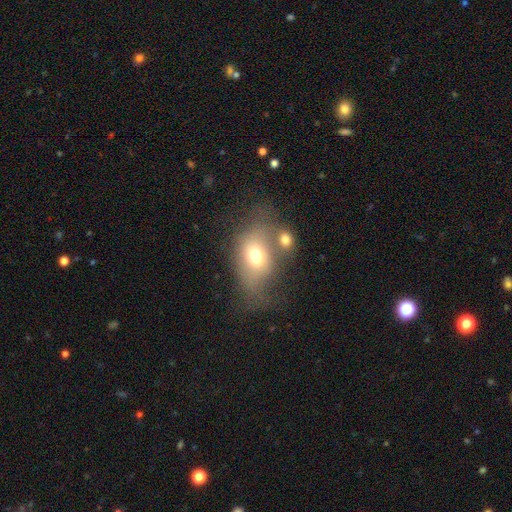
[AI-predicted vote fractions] Q: Smooth or featured?
A: smooth (65%); runner-up: featured or disk (24%)
Q: How rounded?
A: in between (69%); runner-up: round (30%)
Q: Merging?
A: none (33%); runner-up: merger (29%)